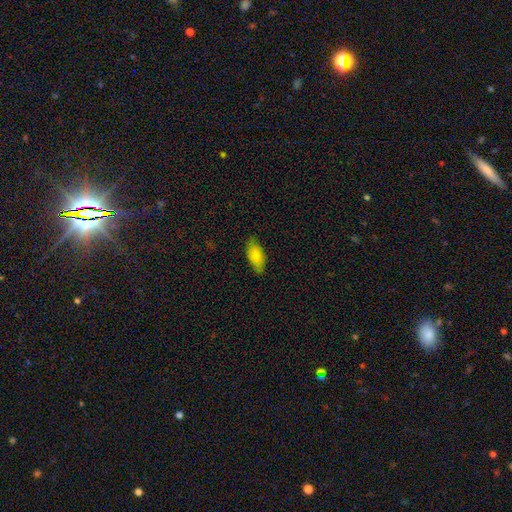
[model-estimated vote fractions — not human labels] This appears to be a smooth galaxy with no disk features (82%) that is in between round and cigar-shaped (88%). Merging: none (80%).